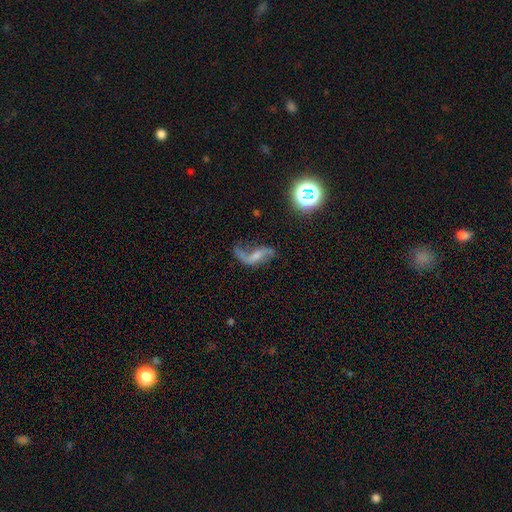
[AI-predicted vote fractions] A featured or disk galaxy (79%) with a weak bar (41%), 2 (83%) loose (88%) spiral arms (93%) and a small central bulge (51%).

Vote fractions:
- Smooth or featured? featured or disk: 79% / star or artifact: 11% / smooth: 10%
- Edge-on disk? no: 95% / yes: 5%
- Bar? weak: 41% / no: 39% / strong: 20%
- Spiral arms? yes: 93% / no: 7%
- Spiral winding? loose: 88% / medium: 9% / tight: 3%
- Spiral arm count? 2: 83% / 1: 11% / can't tell: 2% / 3: 1% / 4: 1% / more than 4: 1%
- Bulge size? small: 51% / moderate: 24% / none: 20% / large: 3% / dominant: 2%
- Merging? none: 56% / major disturbance: 20% / minor disturbance: 20% / merger: 5%